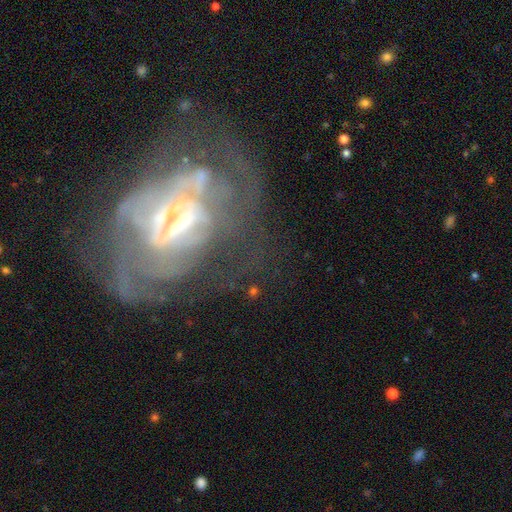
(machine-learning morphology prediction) Q: Smooth or featured?
A: featured or disk (75%); runner-up: star or artifact (13%)
Q: Edge-on disk?
A: no (95%); runner-up: yes (5%)
Q: Bar?
A: no (42%); runner-up: weak (37%)
Q: Spiral arms?
A: yes (59%); runner-up: no (41%)
Q: Bulge size?
A: moderate (36%); runner-up: small (35%)
Q: Merging?
A: none (44%); runner-up: major disturbance (30%)